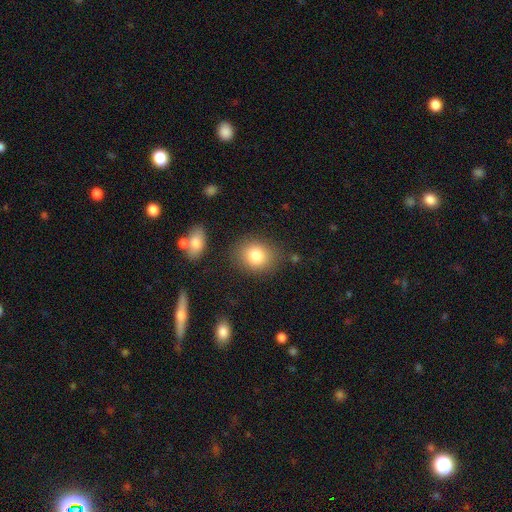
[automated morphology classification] Smooth or featured? Predicted: smooth (p=0.82). How rounded? Predicted: round (p=0.65). Merging? Predicted: none (p=0.80).